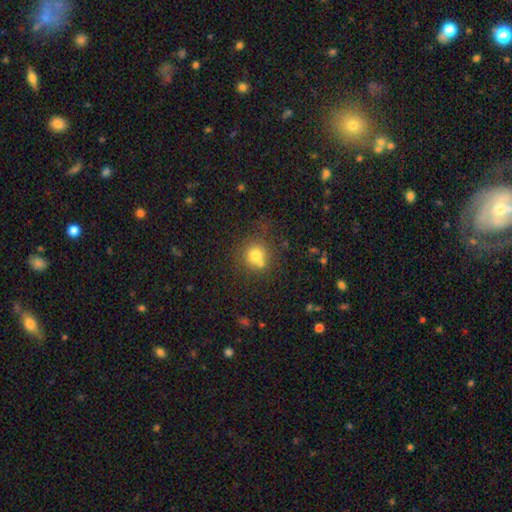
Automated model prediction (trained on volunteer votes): Morphology: type=smooth (75%); roundness=round (88%); merging=none (59%).